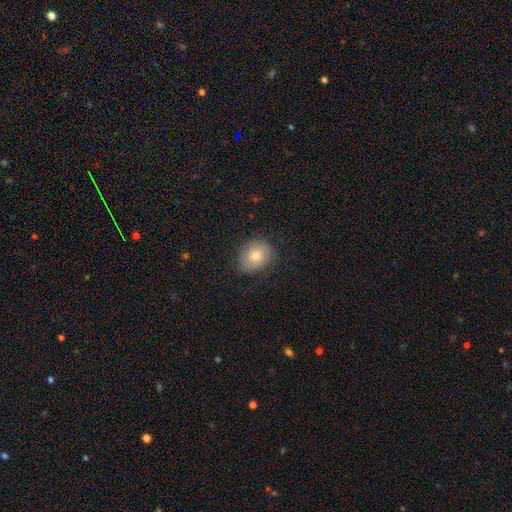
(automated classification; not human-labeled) This appears to be a smooth galaxy with no disk features (63%) that is round (58%). Merging: none (78%).